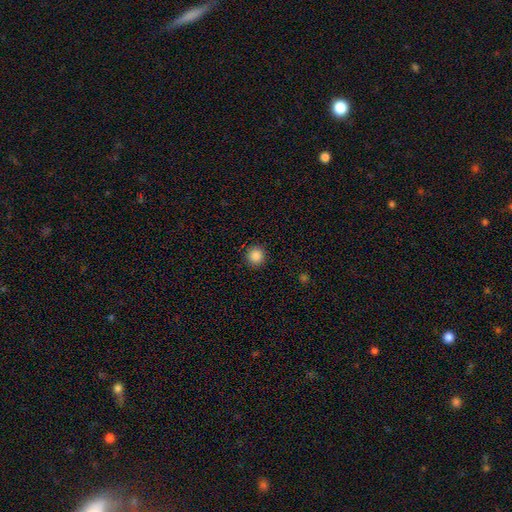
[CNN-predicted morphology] Q: Smooth or featured?
A: smooth (88%); runner-up: star or artifact (10%)
Q: How rounded?
A: round (94%); runner-up: in between (5%)
Q: Merging?
A: none (92%); runner-up: minor disturbance (5%)